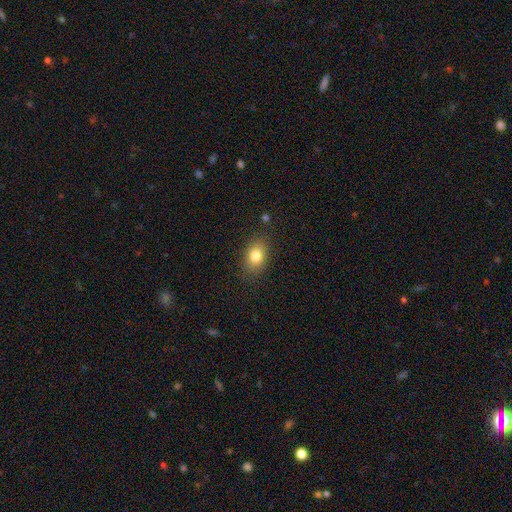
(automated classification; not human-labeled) Morphology: type=smooth (80%); roundness=in between (74%); merging=none (84%).